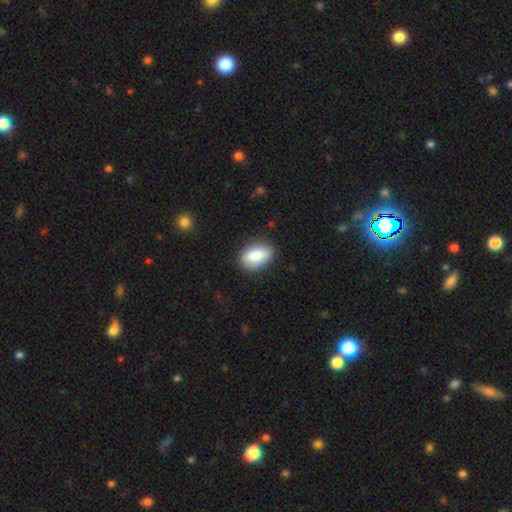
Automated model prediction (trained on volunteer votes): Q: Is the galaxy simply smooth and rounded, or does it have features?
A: smooth — 85%.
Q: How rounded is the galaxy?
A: in between — 90%.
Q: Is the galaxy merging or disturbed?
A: none — 82%.